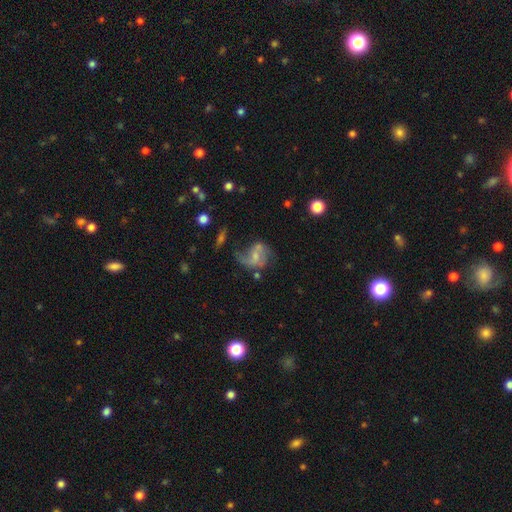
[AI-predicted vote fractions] Smooth or featured? featured or disk (62%)
Edge-on disk? no (97%)
Bar? no (44%)
Spiral arms? yes (76%)
Bulge size? small (50%)
Merging? none (35%)